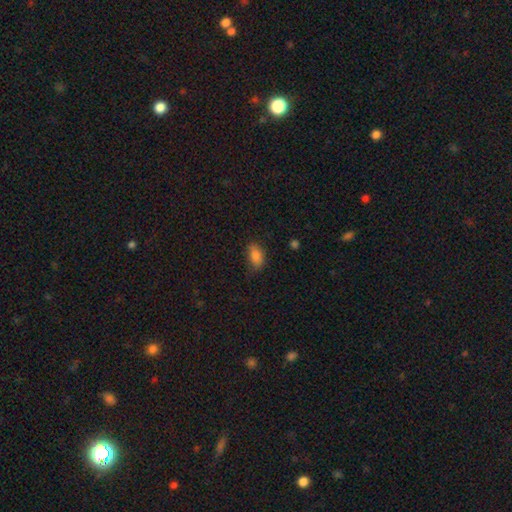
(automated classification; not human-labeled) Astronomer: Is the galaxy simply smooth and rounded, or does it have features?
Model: smooth — 84%.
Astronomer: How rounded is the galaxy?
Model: in between — 90%.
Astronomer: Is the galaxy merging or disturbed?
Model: none — 75%.